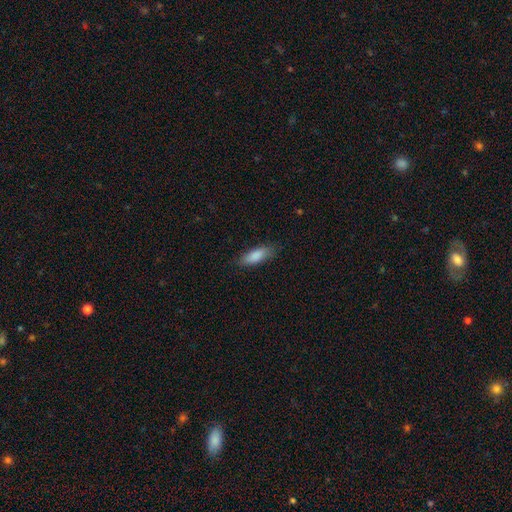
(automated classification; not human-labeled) Q: Smooth or featured?
A: smooth (85%); runner-up: featured or disk (9%)
Q: How rounded?
A: in between (61%); runner-up: cigar-shaped (37%)
Q: Merging?
A: none (79%); runner-up: minor disturbance (16%)